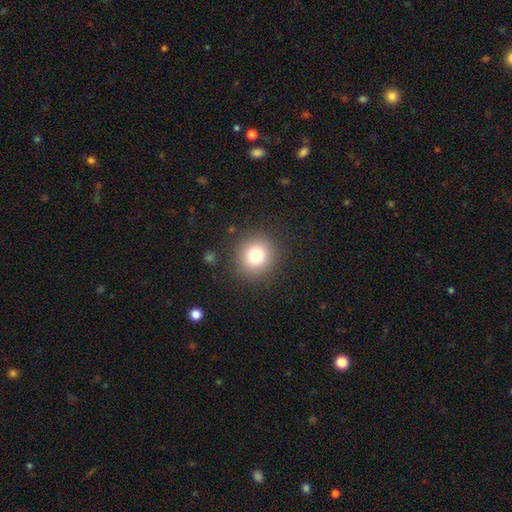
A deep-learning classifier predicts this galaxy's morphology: Smooth or featured? smooth (79%)
How rounded? round (90%)
Merging? none (89%)